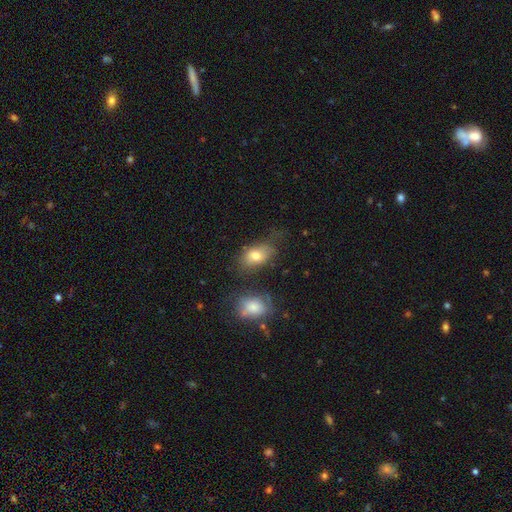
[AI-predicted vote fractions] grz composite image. It shows a smooth galaxy with no disk features (75%) that is in between round and cigar-shaped (84%). Merging: none (56%).